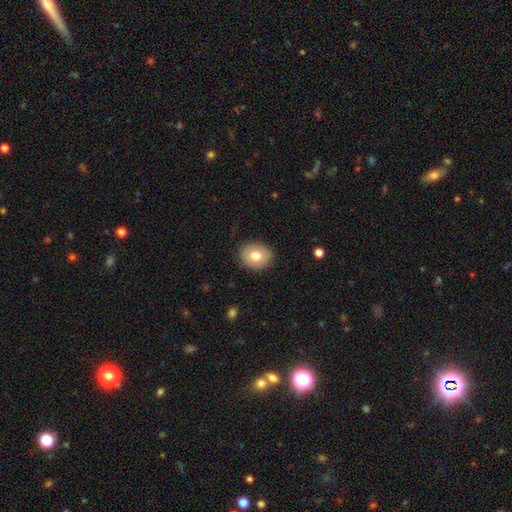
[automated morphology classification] Smooth or featured?
  - smooth: 77% *
  - featured or disk: 15%
  - star or artifact: 8%
How rounded?
  - round: 64% *
  - in between: 35%
  - cigar-shaped: 1%
Merging?
  - none: 88% *
  - minor disturbance: 9%
  - major disturbance: 2%
  - merger: 1%